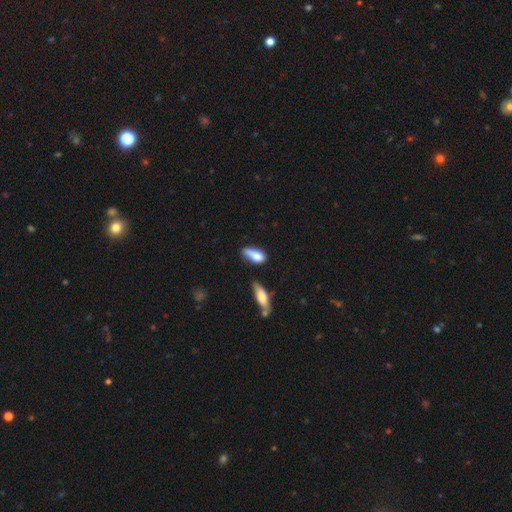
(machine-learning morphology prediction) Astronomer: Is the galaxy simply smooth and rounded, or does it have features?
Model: smooth — 80%.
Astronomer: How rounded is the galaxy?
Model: in between — 72%.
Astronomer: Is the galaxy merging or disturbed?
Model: none — 47% (runner-up: minor disturbance, 33%).